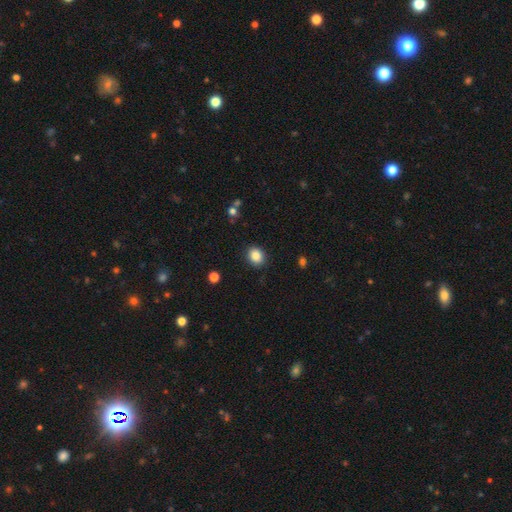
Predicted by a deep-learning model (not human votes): This is clearly a smooth galaxy (86%). How rounded: likely round (66%). Merging: clearly none (89%).